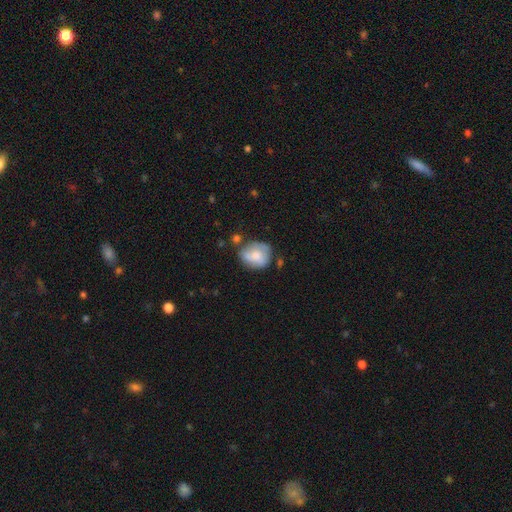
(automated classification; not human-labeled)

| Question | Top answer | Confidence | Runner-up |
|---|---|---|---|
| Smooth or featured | smooth | 64% | featured or disk (28%) |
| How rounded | round | 58% | in between (41%) |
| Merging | none | 52% | minor disturbance (28%) |